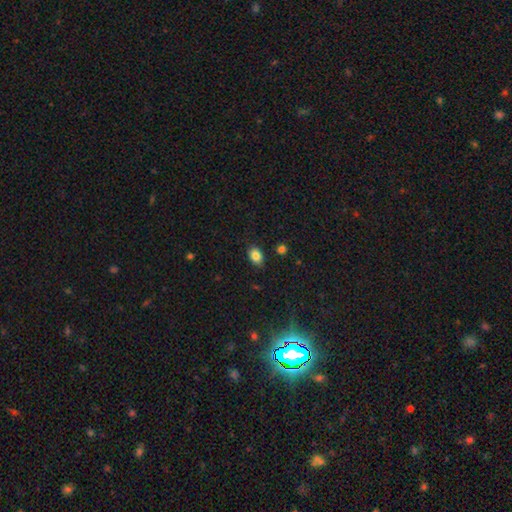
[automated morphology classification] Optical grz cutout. It shows a smooth galaxy with no disk features (85%) that is in between round and cigar-shaped (80%). Merging: none (85%).